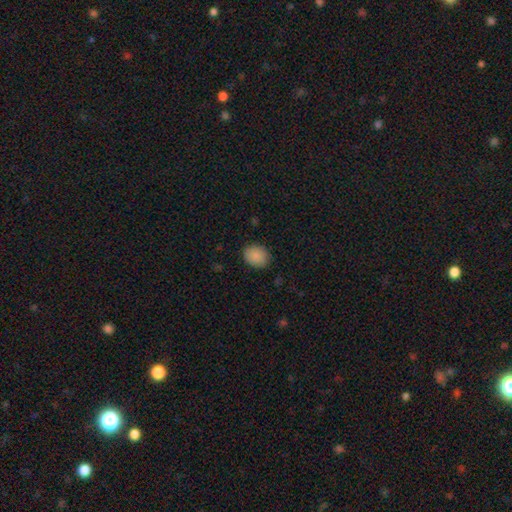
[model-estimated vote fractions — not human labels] Q: Smooth or featured?
A: smooth (88%); runner-up: star or artifact (8%)
Q: How rounded?
A: round (57%); runner-up: in between (42%)
Q: Merging?
A: none (87%); runner-up: minor disturbance (9%)